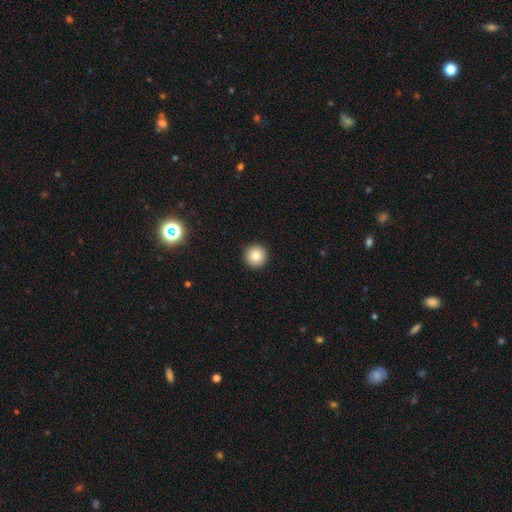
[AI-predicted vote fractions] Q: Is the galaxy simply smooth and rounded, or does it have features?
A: smooth — 84%.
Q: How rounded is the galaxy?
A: round — 96%.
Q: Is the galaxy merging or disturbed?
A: none — 94%.